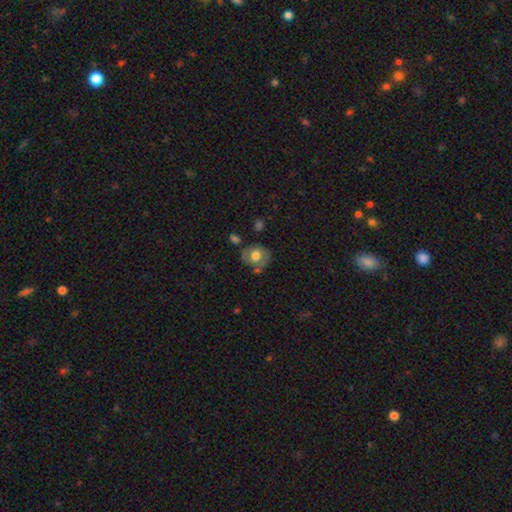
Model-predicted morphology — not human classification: smooth-or-featured: smooth: 61% | featured or disk: 31% | star or artifact: 8%
  how-rounded: round: 71% | in between: 28% | cigar-shaped: 1%
  merging: none: 64% | minor disturbance: 21% | merger: 9% | major disturbance: 6%